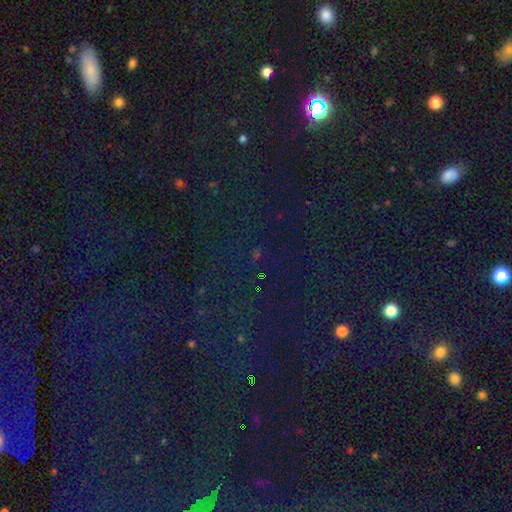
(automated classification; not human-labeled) Smooth or featured? Predicted: star or artifact (p=0.80).